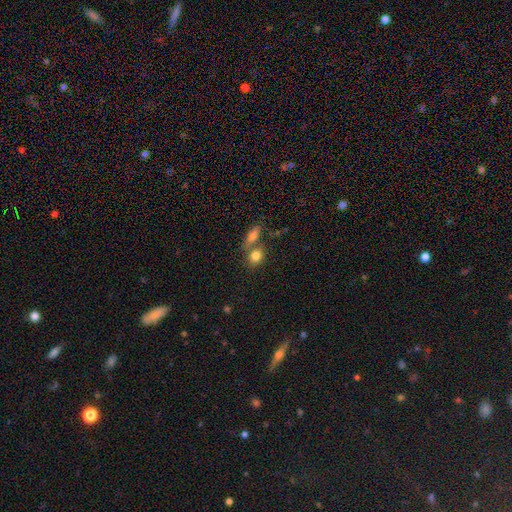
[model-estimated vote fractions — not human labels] Smooth or featured?
  - smooth: 80% *
  - featured or disk: 10%
  - star or artifact: 10%
How rounded?
  - round: 49% *
  - in between: 47%
  - cigar-shaped: 4%
Merging?
  - none: 47% *
  - merger: 39%
  - minor disturbance: 10%
  - major disturbance: 4%